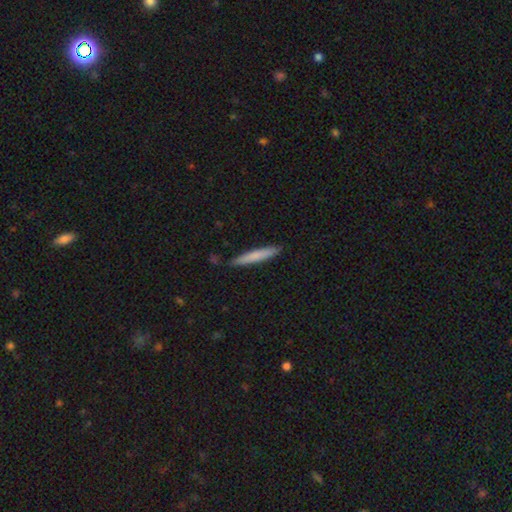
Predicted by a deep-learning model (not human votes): Smooth or featured? smooth (73%)
How rounded? cigar-shaped (95%)
Merging? none (87%)